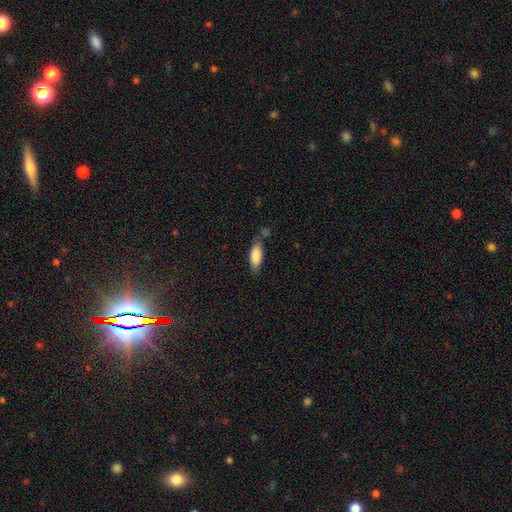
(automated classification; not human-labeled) A smooth galaxy with no disk features (86%) that is in between round and cigar-shaped (80%).

Vote fractions:
- Smooth or featured? smooth: 86% / featured or disk: 7% / star or artifact: 7%
- How rounded? in between: 80% / cigar-shaped: 18% / round: 2%
- Merging? none: 59% / minor disturbance: 22% / merger: 12% / major disturbance: 6%